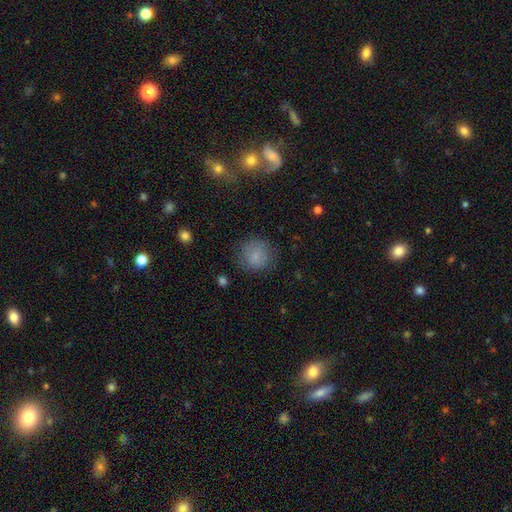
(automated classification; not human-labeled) Morphology: type=smooth (79%); roundness=round (87%); merging=none (77%).